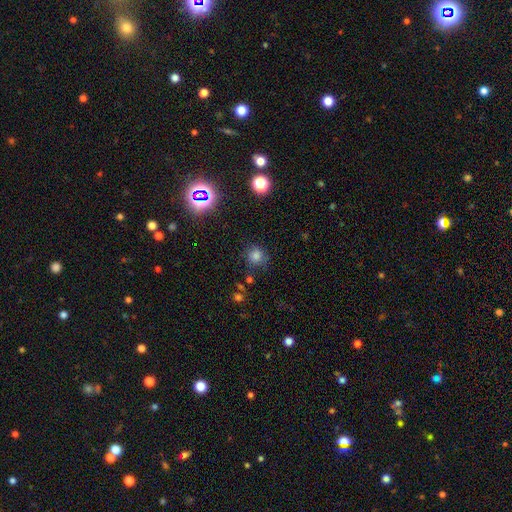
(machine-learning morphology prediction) smooth 73%, star or artifact 20%, featured or disk 7%. Down the decision tree: how rounded — round (87%); merging — none (76%).